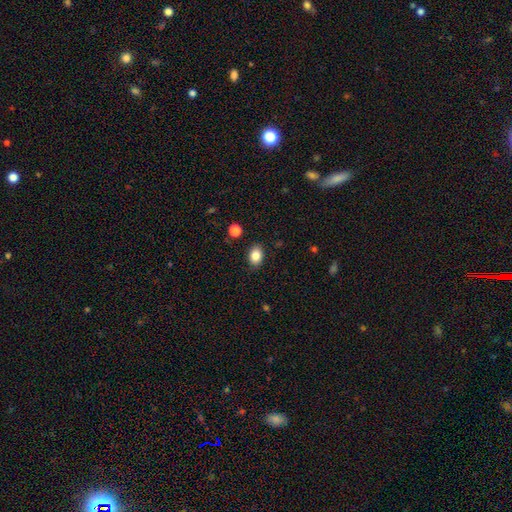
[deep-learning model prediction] This appears to be a smooth galaxy with no disk features (84%) that is in between round and cigar-shaped (74%). Merging: none (85%).